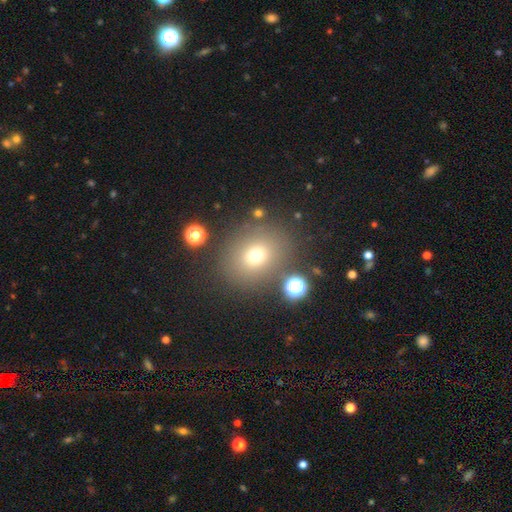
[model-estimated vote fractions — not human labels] smooth-or-featured: smooth: 70% | star or artifact: 18% | featured or disk: 12%
  how-rounded: round: 69% | in between: 30% | cigar-shaped: 1%
  merging: none: 81% | minor disturbance: 10% | merger: 5% | major disturbance: 5%